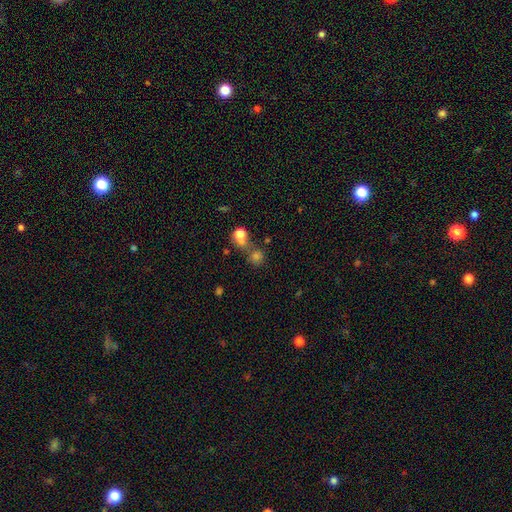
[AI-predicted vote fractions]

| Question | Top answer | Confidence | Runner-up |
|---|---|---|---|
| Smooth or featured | smooth | 59% | star or artifact (29%) |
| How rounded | round | 86% | in between (12%) |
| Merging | none | 51% | merger (36%) |